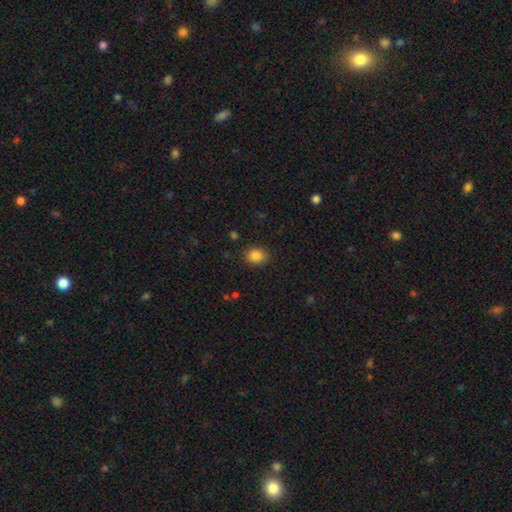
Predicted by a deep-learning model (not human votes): smooth 85%, star or artifact 10%, featured or disk 5%. Down the decision tree: how rounded — round (53%); merging — none (87%).